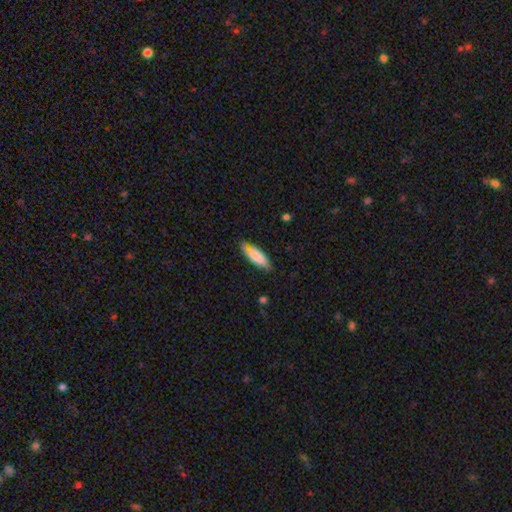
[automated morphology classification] Overall: smooth (74%). How rounded: in between (58%; cigar-shaped 40%). Merging: none (64%; minor disturbance 27%).